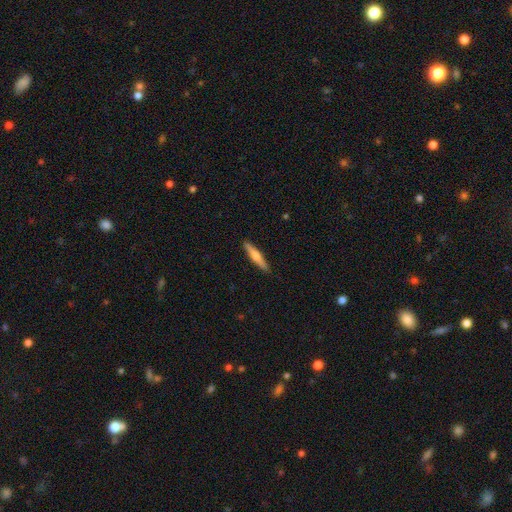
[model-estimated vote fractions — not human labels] smooth 52%, featured or disk 42%, star or artifact 5%. Down the decision tree: how rounded — cigar-shaped (90%); merging — none (90%).